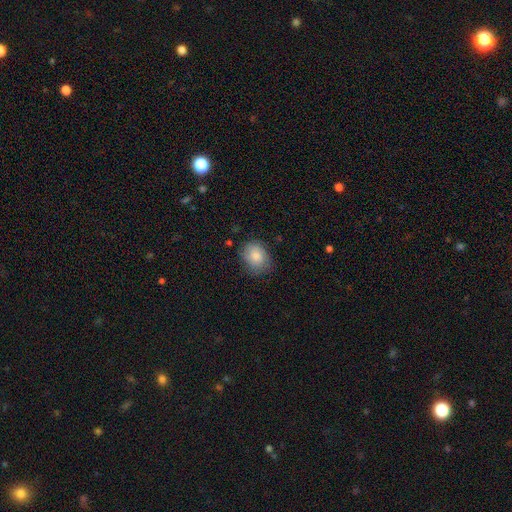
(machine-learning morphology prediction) This is likely a smooth galaxy (77%). How rounded: possibly in between (59%). Merging: likely none (70%).